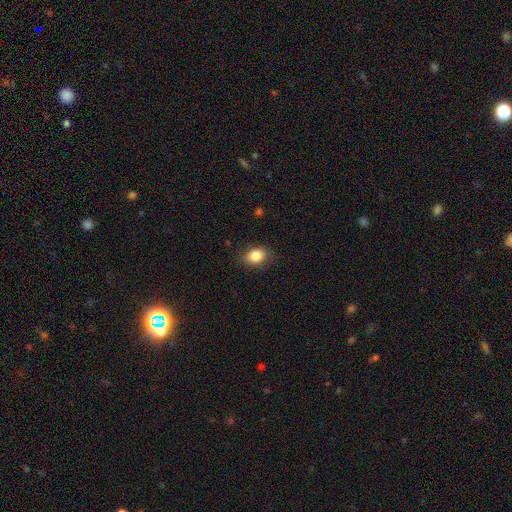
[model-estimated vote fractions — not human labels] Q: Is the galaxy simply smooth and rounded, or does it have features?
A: smooth — 85%.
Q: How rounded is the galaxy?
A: in between — 68%.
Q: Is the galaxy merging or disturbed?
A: none — 84%.